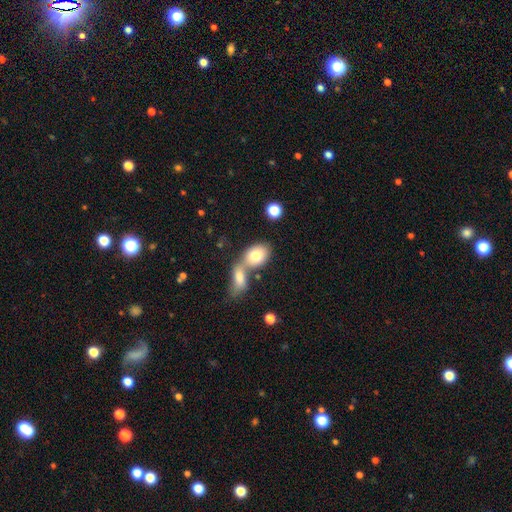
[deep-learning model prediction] Smooth or featured?
  - smooth: 78% *
  - featured or disk: 15%
  - star or artifact: 8%
How rounded?
  - in between: 78% *
  - round: 20%
  - cigar-shaped: 2%
Merging?
  - merger: 53% *
  - none: 34%
  - minor disturbance: 9%
  - major disturbance: 4%